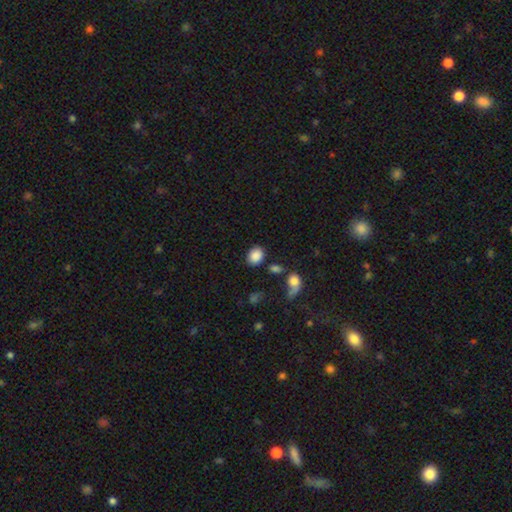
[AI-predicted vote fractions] smooth-or-featured: smooth: 87% | star or artifact: 9% | featured or disk: 5%
  how-rounded: in between: 51% | round: 47% | cigar-shaped: 1%
  merging: none: 76% | minor disturbance: 12% | merger: 7% | major disturbance: 5%